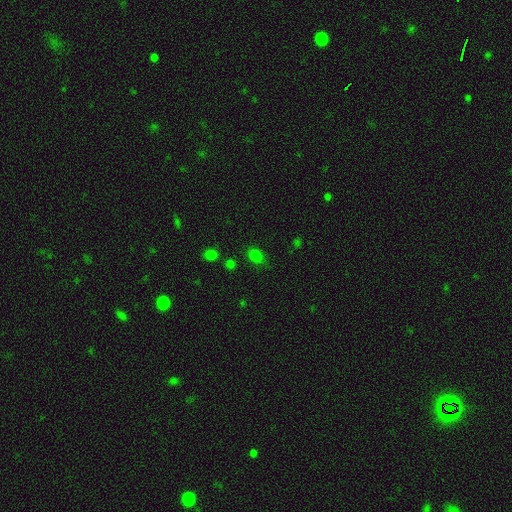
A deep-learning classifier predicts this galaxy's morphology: This appears to be a smooth galaxy with no disk features (75%) that is in between round and cigar-shaped (56%). Merging: none (79%).